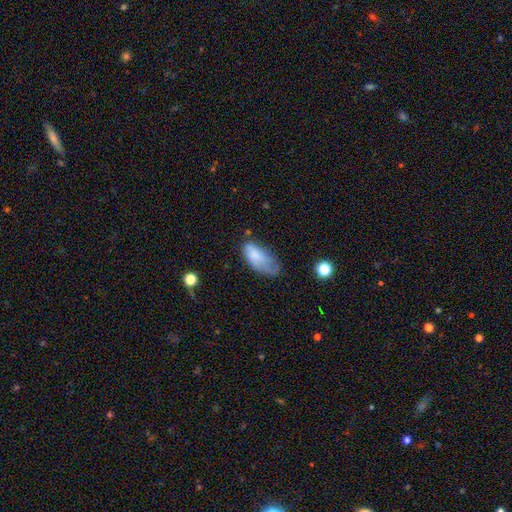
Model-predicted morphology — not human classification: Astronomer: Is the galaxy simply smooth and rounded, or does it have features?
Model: smooth — 74%.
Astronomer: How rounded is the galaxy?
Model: in between — 89%.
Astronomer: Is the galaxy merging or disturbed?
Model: minor disturbance — 38% (runner-up: none, 36%).